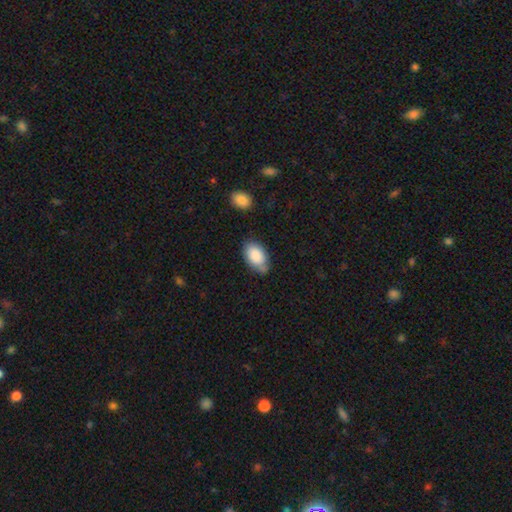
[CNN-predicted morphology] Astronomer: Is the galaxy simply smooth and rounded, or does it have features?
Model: smooth — 87%.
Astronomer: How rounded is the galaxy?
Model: in between — 92%.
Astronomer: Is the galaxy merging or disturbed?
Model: none — 64%.